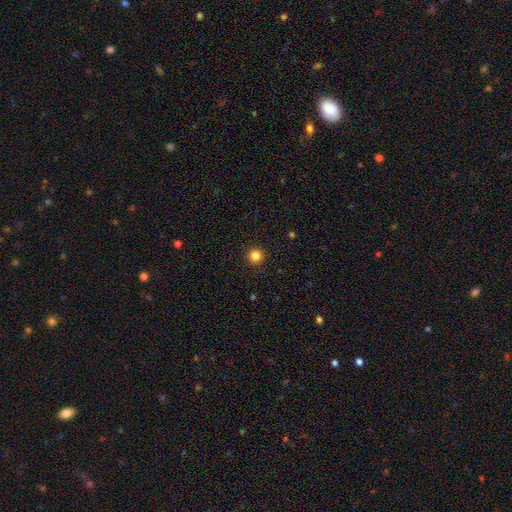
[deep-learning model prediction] Smooth or featured?
  - smooth: 84% *
  - star or artifact: 12%
  - featured or disk: 4%
How rounded?
  - round: 96% *
  - in between: 3%
  - cigar-shaped: 1%
Merging?
  - none: 93% *
  - minor disturbance: 4%
  - major disturbance: 2%
  - merger: 1%